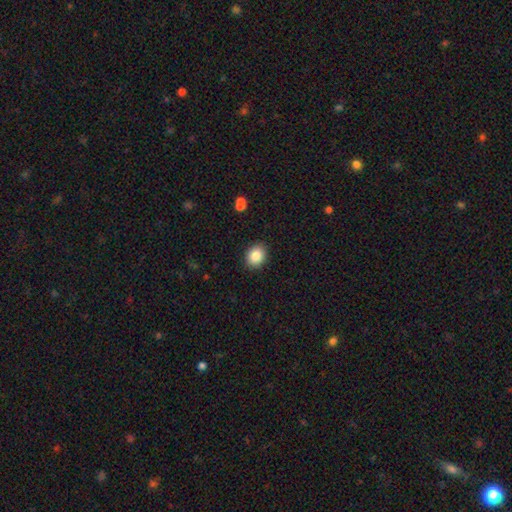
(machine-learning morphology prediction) Smooth or featured? smooth (85%)
How rounded? round (56%)
Merging? none (89%)